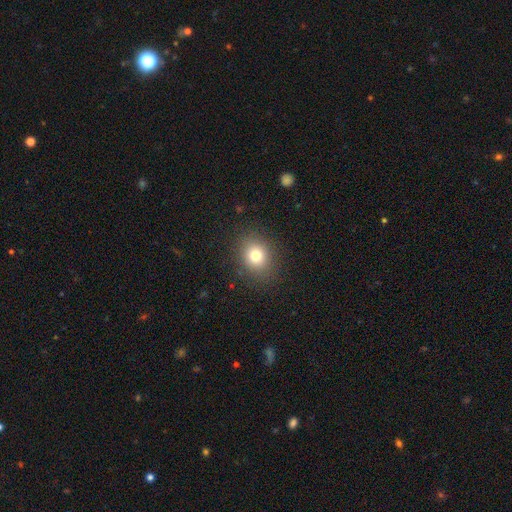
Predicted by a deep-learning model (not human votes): A smooth galaxy with no disk features (78%) that is round (63%). Merging: none (87%).